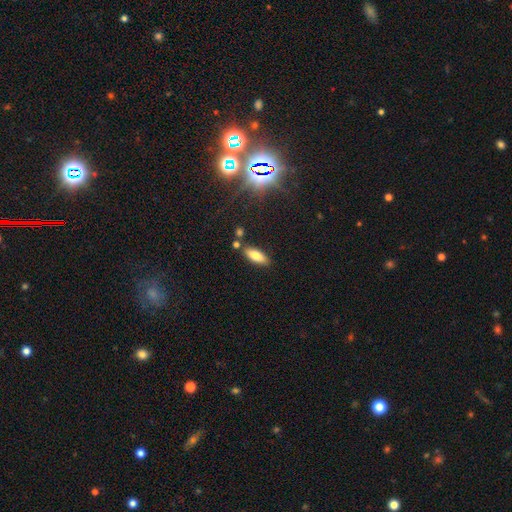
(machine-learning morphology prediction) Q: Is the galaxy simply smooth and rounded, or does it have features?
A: smooth — 76%.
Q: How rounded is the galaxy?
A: in between — 70%.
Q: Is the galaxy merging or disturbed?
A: none — 81%.